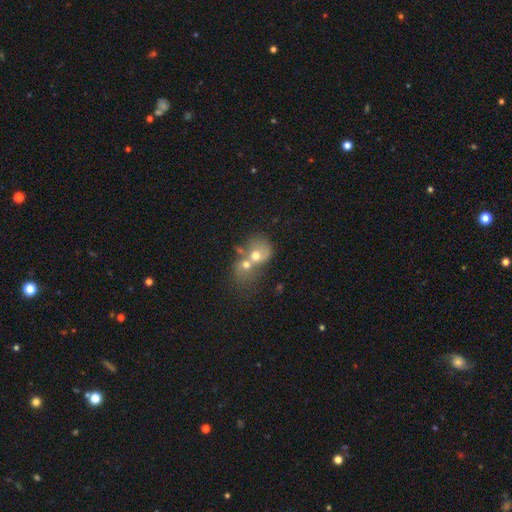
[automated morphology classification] smooth-or-featured: smooth: 57% | featured or disk: 32% | star or artifact: 11%
  how-rounded: round: 60% | in between: 39% | cigar-shaped: 1%
  merging: merger: 78% | none: 11% | major disturbance: 6% | minor disturbance: 5%